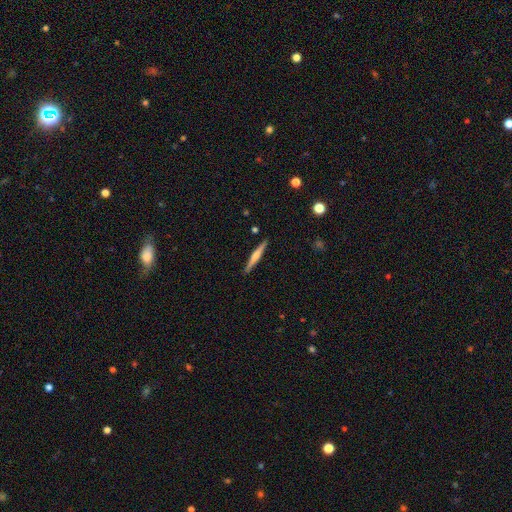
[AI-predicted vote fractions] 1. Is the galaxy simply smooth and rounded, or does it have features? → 57% featured or disk, 38% smooth, 5% star or artifact.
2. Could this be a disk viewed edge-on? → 98% yes, 2% no.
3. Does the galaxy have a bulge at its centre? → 70% rounded, 18% none, 12% boxy.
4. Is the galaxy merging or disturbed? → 91% none, 6% minor disturbance, 1% major disturbance, 1% merger.